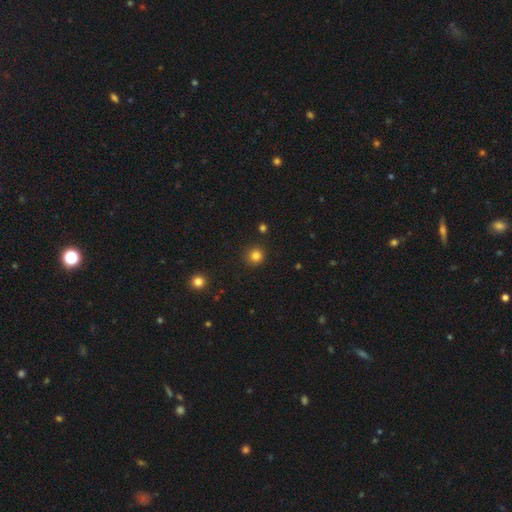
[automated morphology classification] type=smooth (82%); roundness=round (93%); merging=none (91%).